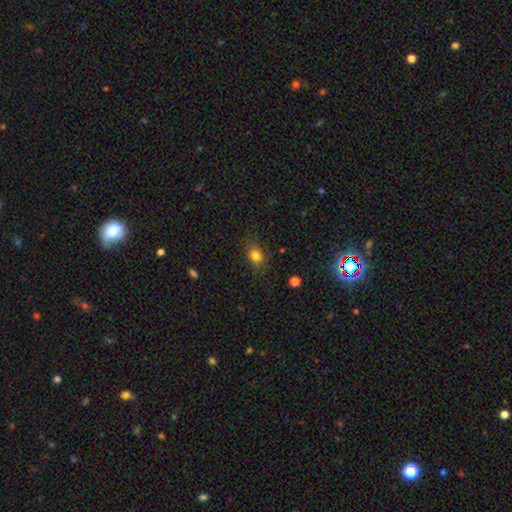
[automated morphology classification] A smooth galaxy with no disk features (81%) that is round (52%). Merging: none (79%).